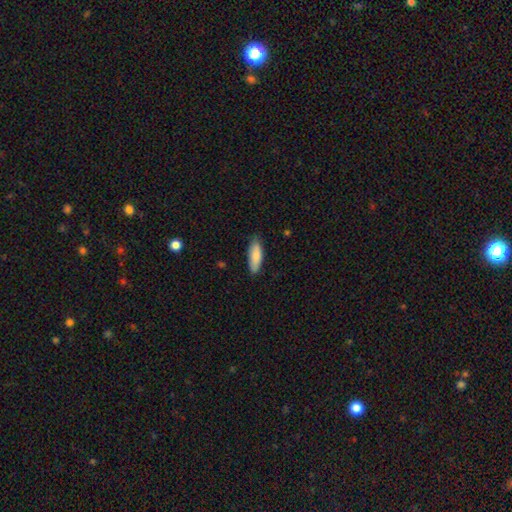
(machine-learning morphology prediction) Smooth or featured?
  - smooth: 84% *
  - featured or disk: 10%
  - star or artifact: 6%
How rounded?
  - in between: 64% *
  - cigar-shaped: 35%
  - round: 2%
Merging?
  - none: 82% *
  - minor disturbance: 15%
  - major disturbance: 2%
  - merger: 1%